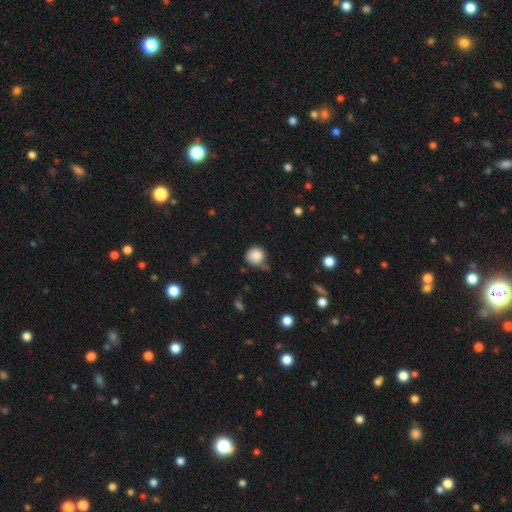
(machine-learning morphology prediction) Smooth or featured? smooth (86%)
How rounded? round (91%)
Merging? none (63%)